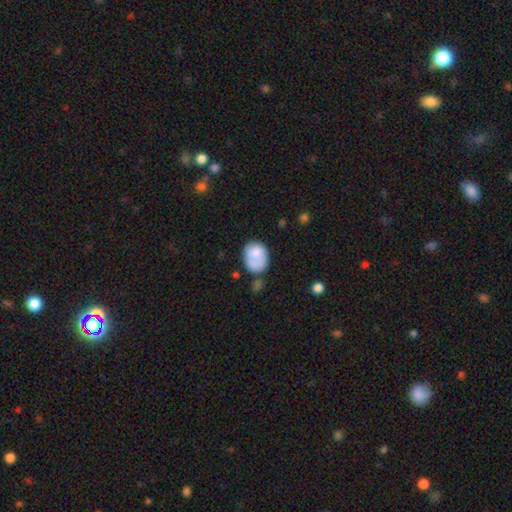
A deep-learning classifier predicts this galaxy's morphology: Smooth or featured: smooth — 75% (featured or disk — 18%)
How rounded: in between — 60% (round — 39%)
Merging: none — 43% (minor disturbance — 27%)